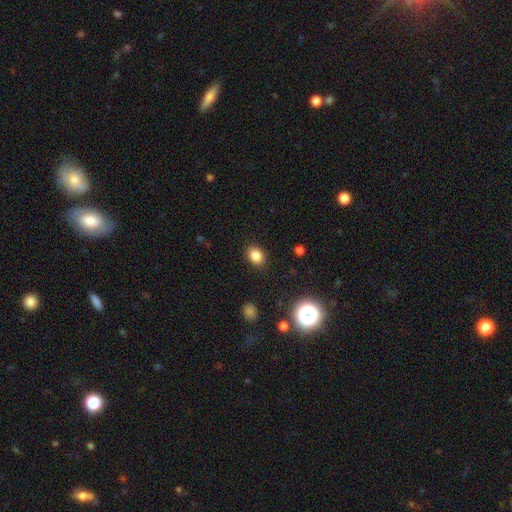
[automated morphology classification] A smooth galaxy with no disk features (83%) that is in between round and cigar-shaped (61%).

Vote fractions:
- Smooth or featured? smooth: 83% / star or artifact: 11% / featured or disk: 6%
- How rounded? in between: 61% / round: 38% / cigar-shaped: 1%
- Merging? none: 87% / minor disturbance: 9% / major disturbance: 3% / merger: 1%